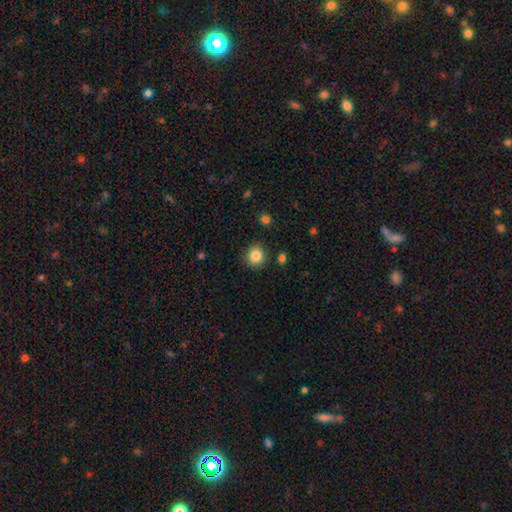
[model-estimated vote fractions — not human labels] smooth 85%, star or artifact 10%, featured or disk 5%. Down the decision tree: how rounded — round (92%); merging — none (88%).